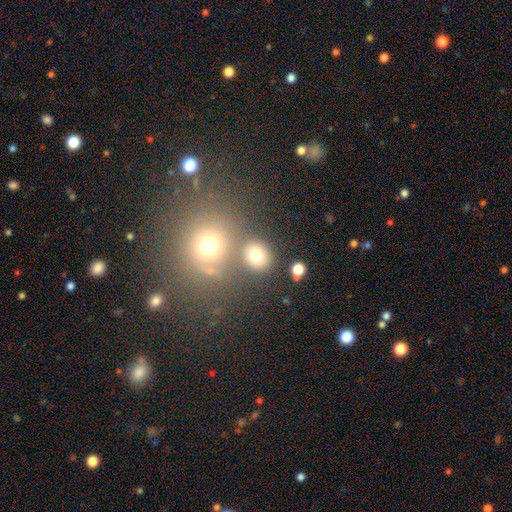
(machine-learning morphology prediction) This is likely a smooth galaxy (75%). How rounded: likely round (75%). Merging: likely none (70%).